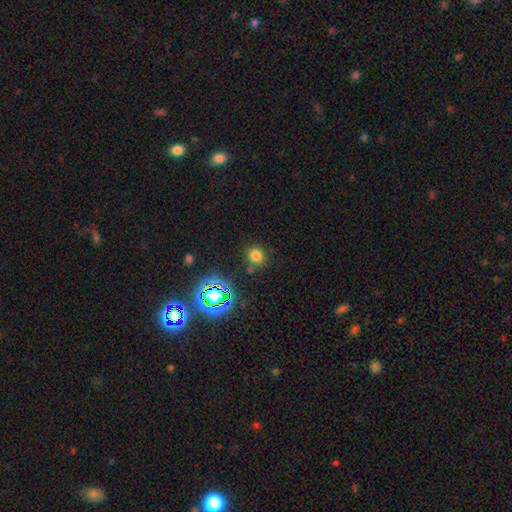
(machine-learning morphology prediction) A smooth galaxy with no disk features (72%) that is round (78%). Merging: none (79%).